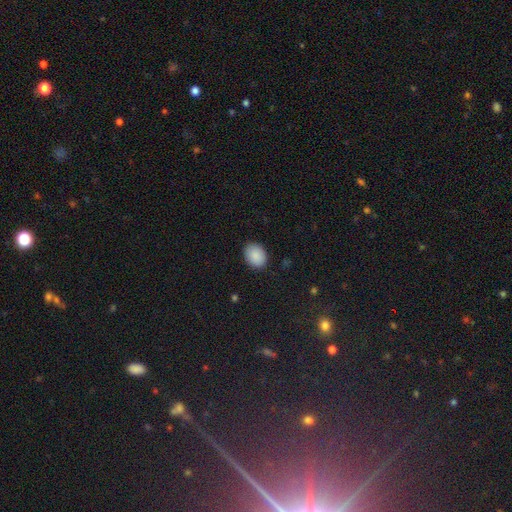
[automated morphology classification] smooth 89%, star or artifact 7%, featured or disk 4%. Down the decision tree: how rounded — in between (59%); merging — none (88%).